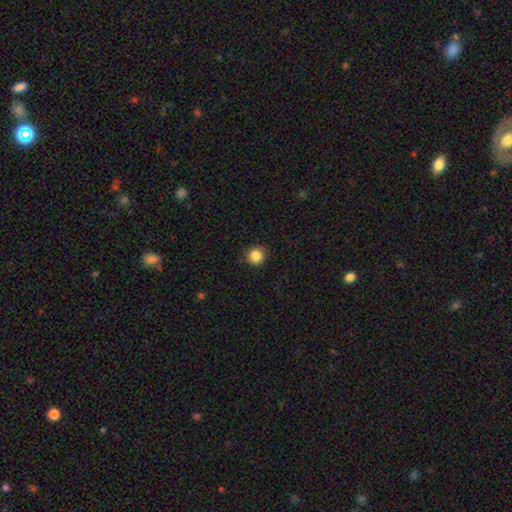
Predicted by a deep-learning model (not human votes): Smooth or featured?
  - smooth: 86% *
  - star or artifact: 11%
  - featured or disk: 4%
How rounded?
  - round: 94% *
  - in between: 5%
  - cigar-shaped: 1%
Merging?
  - none: 88% *
  - minor disturbance: 9%
  - major disturbance: 2%
  - merger: 1%